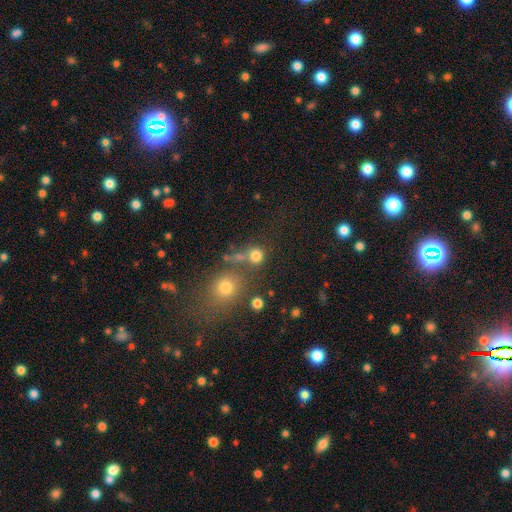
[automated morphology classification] The model was most divided on "merging": none: 64%, merger: 19%, minor disturbance: 10%, major disturbance: 6%. More confident: how rounded — round (88%); smooth or featured — smooth (78%).